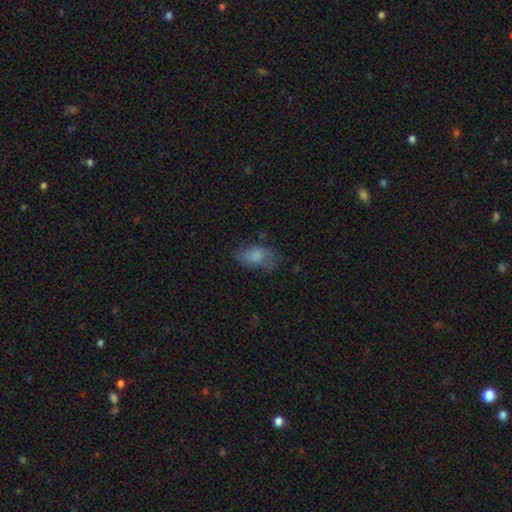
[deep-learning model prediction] This appears to be a smooth galaxy with no disk features (77%) that is in between round and cigar-shaped (89%). Merging: none (56%).